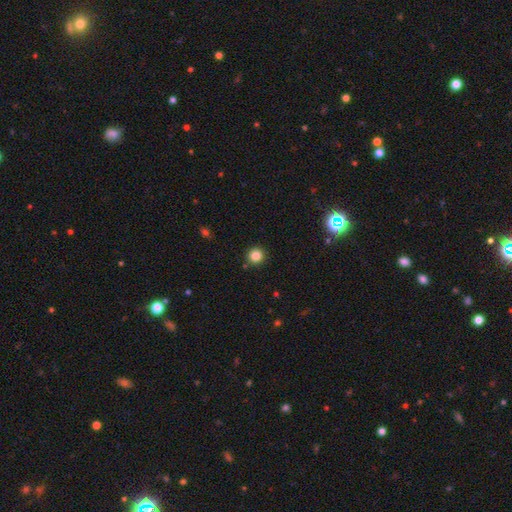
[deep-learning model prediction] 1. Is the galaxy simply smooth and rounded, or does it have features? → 83% smooth, 12% star or artifact, 4% featured or disk.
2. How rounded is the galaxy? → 94% round, 5% in between, 1% cigar-shaped.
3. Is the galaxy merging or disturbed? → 90% none, 6% minor disturbance, 2% merger, 2% major disturbance.